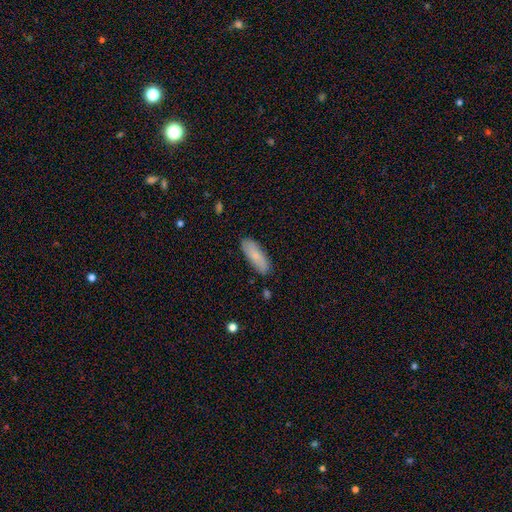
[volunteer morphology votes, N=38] Q: Smooth or featured?
A: smooth (76%); runner-up: featured or disk (16%)
Q: How rounded?
A: in between (79%); runner-up: cigar-shaped (21%)
Q: Merging?
A: none (91%); runner-up: minor disturbance (9%)